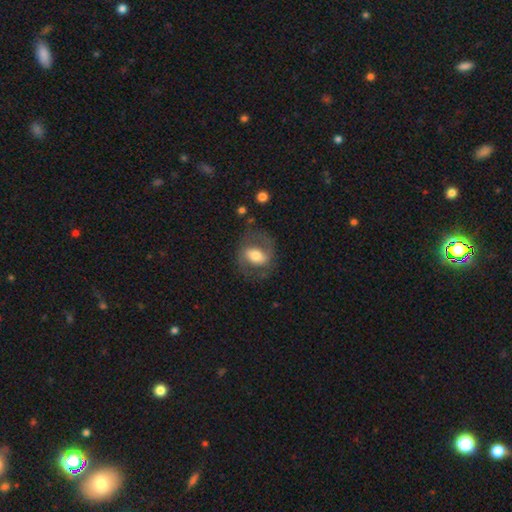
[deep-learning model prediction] Overall: featured or disk (55%; smooth 38%). Edge-on disk: no (95%). Bar: weak (38%; strong 33%). Spiral arms: yes (68%; no 32%). Bulge size: moderate (55%; large 26%). Merging: none (66%).